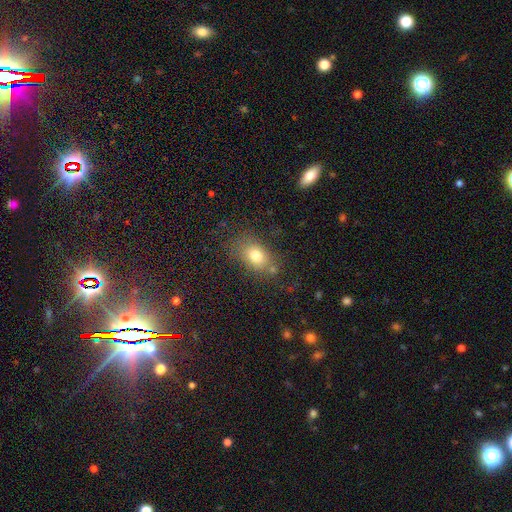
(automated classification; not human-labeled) This is likely a smooth galaxy (76%). How rounded: likely in between (72%). Merging: likely none (69%).